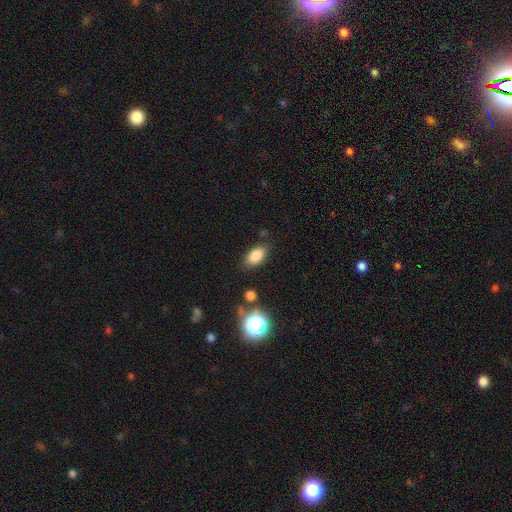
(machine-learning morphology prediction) smooth-or-featured: smooth: 84% | star or artifact: 10% | featured or disk: 6%
  how-rounded: in between: 90% | round: 7% | cigar-shaped: 3%
  merging: none: 82% | minor disturbance: 12% | major disturbance: 3% | merger: 3%